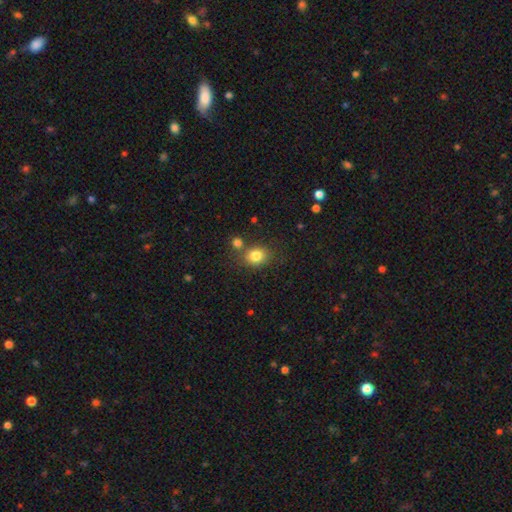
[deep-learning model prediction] This is clearly a smooth galaxy (82%). How rounded: possibly round (59%). Merging: likely none (69%).